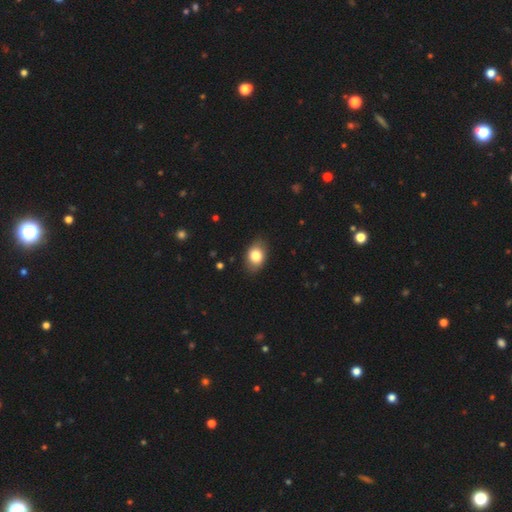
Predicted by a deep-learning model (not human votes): Q: Smooth or featured?
A: smooth (81%); runner-up: featured or disk (11%)
Q: How rounded?
A: in between (79%); runner-up: round (20%)
Q: Merging?
A: none (83%); runner-up: minor disturbance (13%)